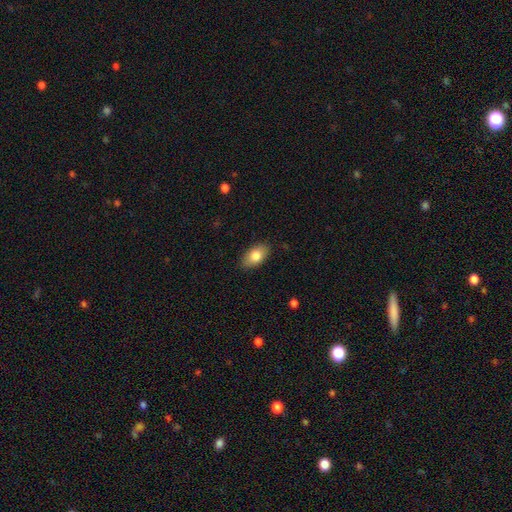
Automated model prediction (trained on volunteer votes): smooth 80%, featured or disk 13%, star or artifact 7%. Down the decision tree: how rounded — in between (92%); merging — none (86%).